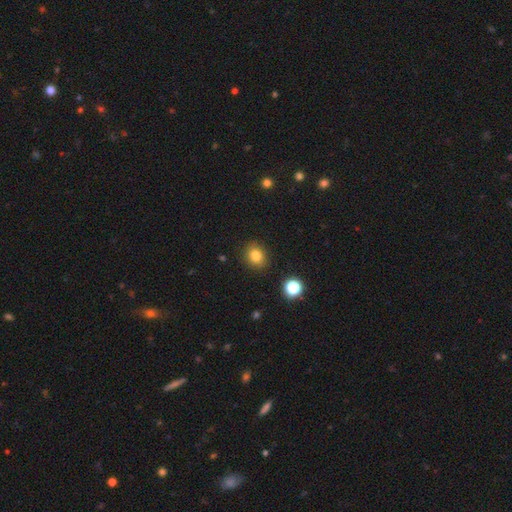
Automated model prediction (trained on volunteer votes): A smooth galaxy with no disk features (81%) that is round (67%). Merging: none (88%).